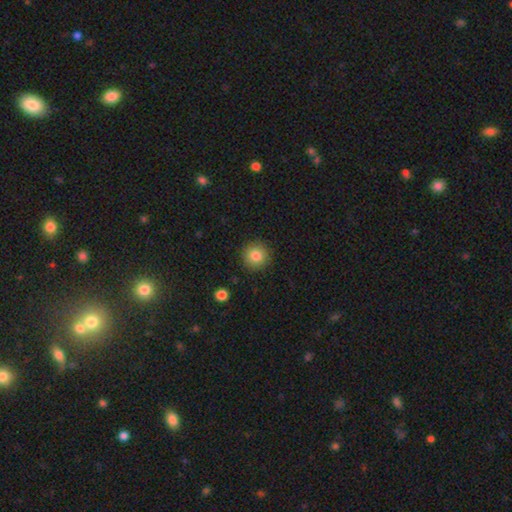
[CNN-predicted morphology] A smooth galaxy with no disk features (83%) that is round (94%). Merging: none (90%).